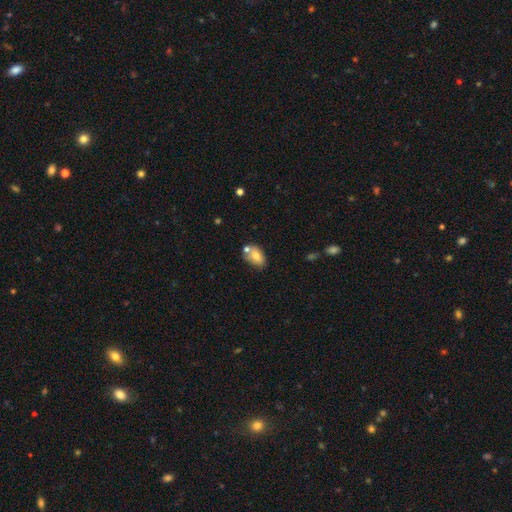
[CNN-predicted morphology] Q: Smooth or featured?
A: smooth (72%); runner-up: featured or disk (20%)
Q: How rounded?
A: in between (87%); runner-up: round (11%)
Q: Merging?
A: none (50%); runner-up: merger (27%)